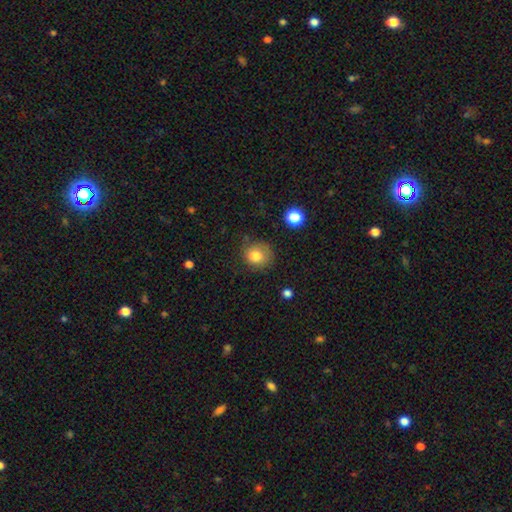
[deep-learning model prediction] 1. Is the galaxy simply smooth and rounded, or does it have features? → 81% smooth, 10% star or artifact, 9% featured or disk.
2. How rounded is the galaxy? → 82% round, 17% in between, 1% cigar-shaped.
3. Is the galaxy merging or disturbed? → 74% none, 18% minor disturbance, 6% major disturbance, 2% merger.